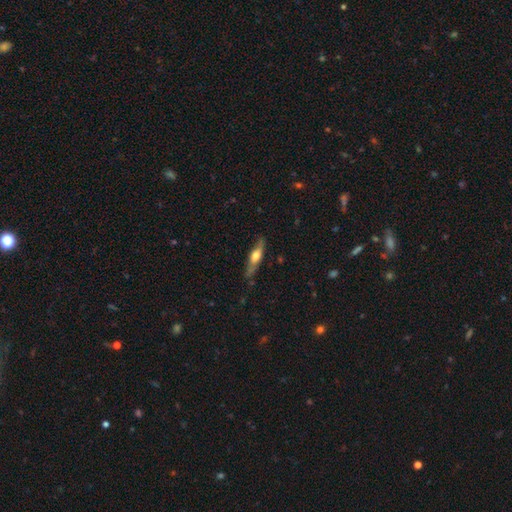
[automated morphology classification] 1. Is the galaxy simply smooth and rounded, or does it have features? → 49% featured or disk, 45% smooth, 5% star or artifact.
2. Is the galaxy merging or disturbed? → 75% none, 19% minor disturbance, 4% major disturbance, 2% merger.